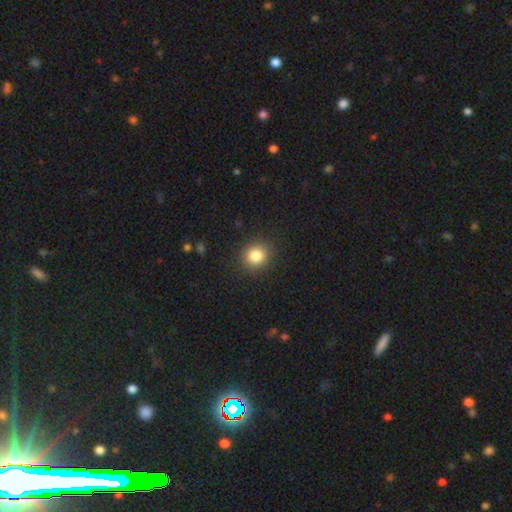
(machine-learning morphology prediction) smooth 83%, star or artifact 11%, featured or disk 5%. Down the decision tree: how rounded — round (85%); merging — none (89%).